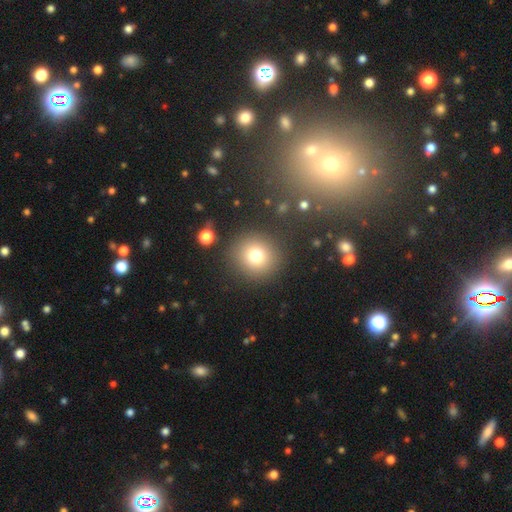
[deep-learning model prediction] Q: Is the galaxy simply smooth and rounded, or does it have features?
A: smooth — 76%.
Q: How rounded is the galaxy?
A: round — 91%.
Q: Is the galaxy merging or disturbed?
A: none — 87%.